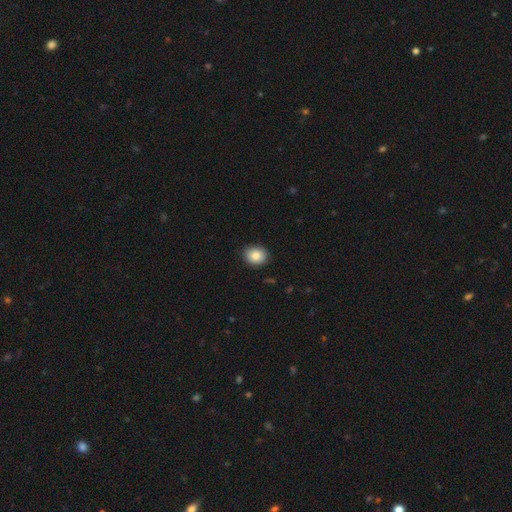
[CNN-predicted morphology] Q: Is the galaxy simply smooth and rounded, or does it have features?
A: smooth — 85%.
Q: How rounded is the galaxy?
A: round — 63%.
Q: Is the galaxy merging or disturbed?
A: none — 88%.